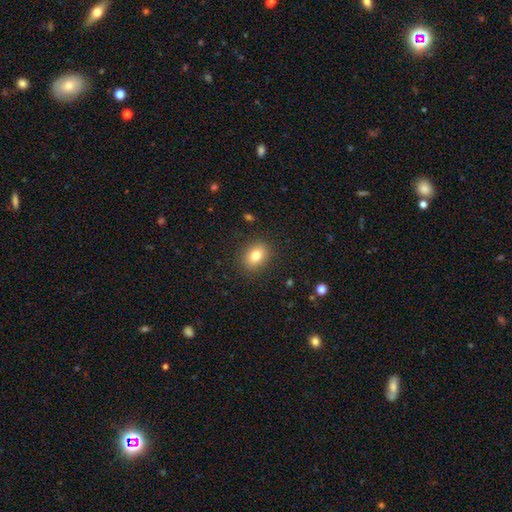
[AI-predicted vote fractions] This appears to be a smooth galaxy with no disk features (80%) that is in between round and cigar-shaped (65%). Merging: none (87%).